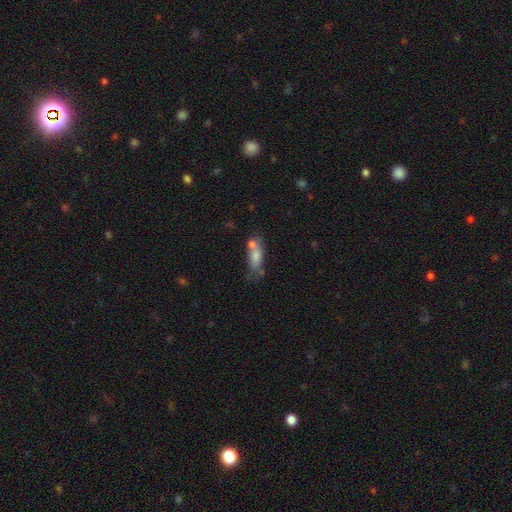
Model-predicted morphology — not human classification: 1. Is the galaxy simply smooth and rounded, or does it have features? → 68% smooth, 22% featured or disk, 10% star or artifact.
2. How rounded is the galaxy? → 63% in between, 32% cigar-shaped, 5% round.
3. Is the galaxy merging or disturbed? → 42% none, 32% merger, 18% minor disturbance, 9% major disturbance.